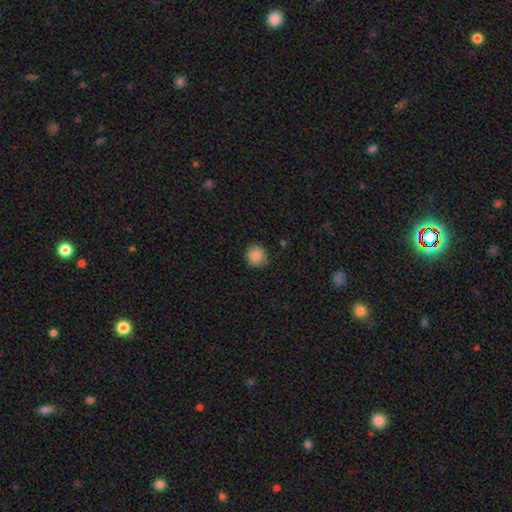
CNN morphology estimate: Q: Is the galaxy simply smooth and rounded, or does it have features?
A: smooth — 88%.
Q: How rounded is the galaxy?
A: round — 92%.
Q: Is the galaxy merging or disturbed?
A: none — 85%.